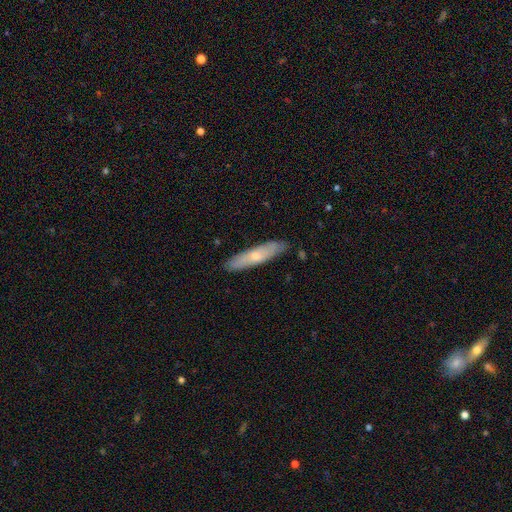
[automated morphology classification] Q: Smooth or featured?
A: smooth (55%); runner-up: featured or disk (39%)
Q: How rounded?
A: cigar-shaped (81%); runner-up: in between (17%)
Q: Merging?
A: none (85%); runner-up: minor disturbance (12%)